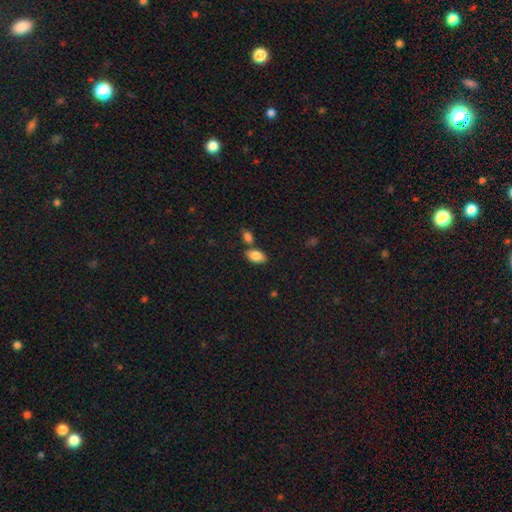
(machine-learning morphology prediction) Q: Smooth or featured?
A: smooth (85%); runner-up: featured or disk (8%)
Q: How rounded?
A: in between (93%); runner-up: round (5%)
Q: Merging?
A: none (67%); runner-up: merger (19%)